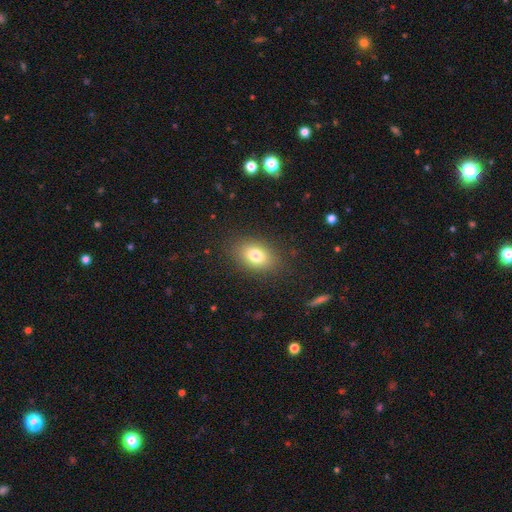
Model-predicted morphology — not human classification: Smooth or featured? smooth (78%)
How rounded? in between (79%)
Merging? none (86%)